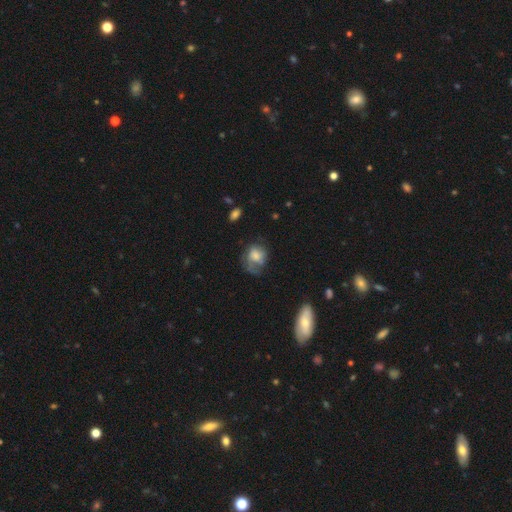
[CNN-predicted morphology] Smooth or featured: smooth — 55% (featured or disk — 36%)
How rounded: round — 56% (in between — 43%)
Merging: none — 39% (major disturbance — 32%)